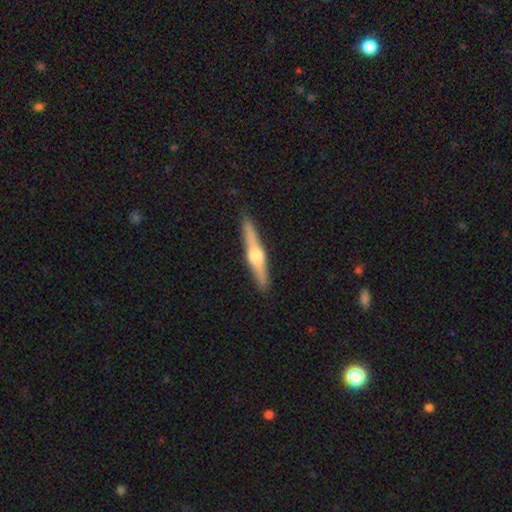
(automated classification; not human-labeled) Smooth or featured? Predicted: featured or disk (p=0.73). Edge-on disk? Predicted: yes (p=0.98). Edge-on bulge? Predicted: rounded (p=0.93). Merging? Predicted: none (p=0.91).